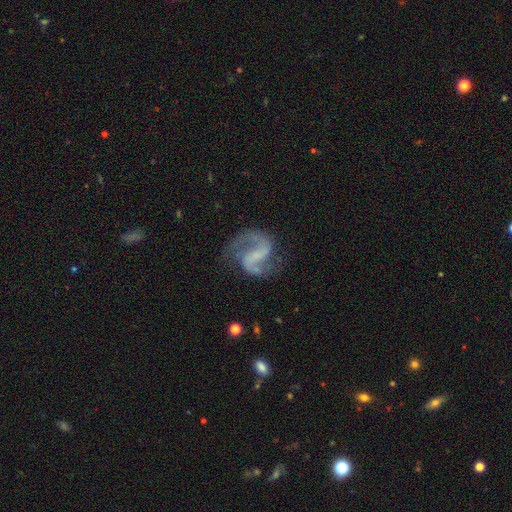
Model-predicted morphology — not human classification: This appears to be a featured or disk galaxy (90%) with a weak bar (46%), 2 (92%) medium (55%) spiral arms (97%) and no central bulge (46%). Merging: none (72%).